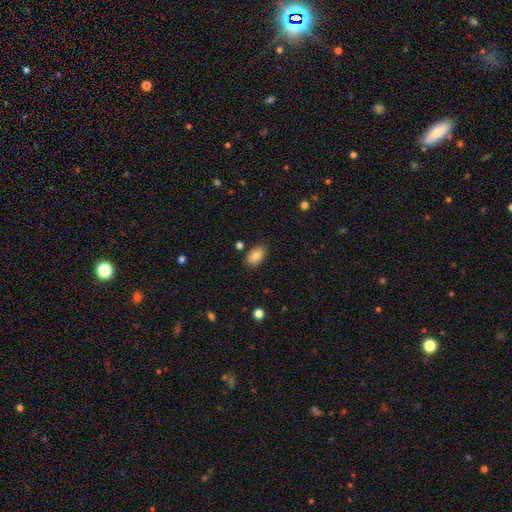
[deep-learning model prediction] Smooth or featured: smooth — 83% (featured or disk — 9%)
How rounded: in between — 90% (round — 9%)
Merging: none — 81% (minor disturbance — 13%)